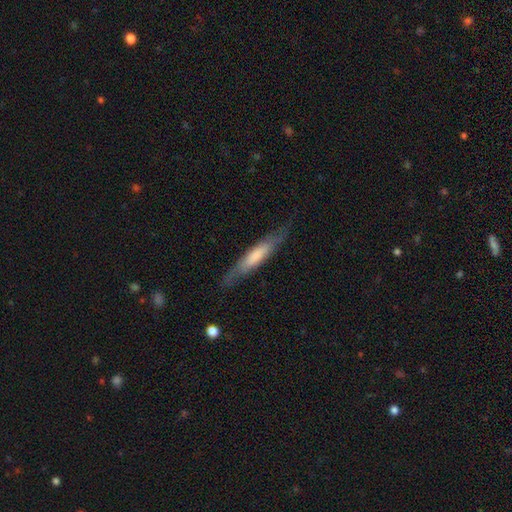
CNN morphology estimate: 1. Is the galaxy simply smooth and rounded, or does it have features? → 55% smooth, 39% featured or disk, 6% star or artifact.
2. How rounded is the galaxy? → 84% cigar-shaped, 14% in between, 1% round.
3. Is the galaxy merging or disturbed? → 78% none, 16% minor disturbance, 5% major disturbance, 1% merger.